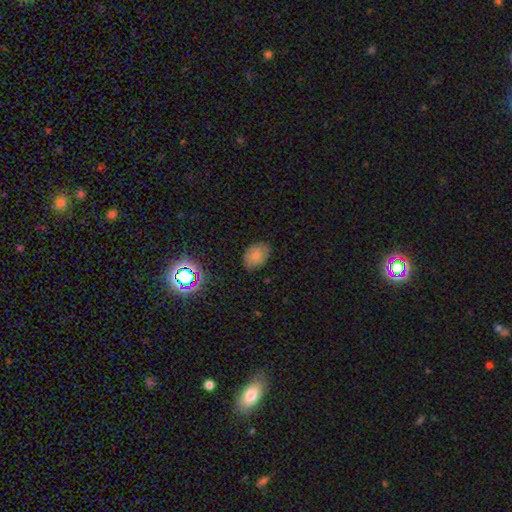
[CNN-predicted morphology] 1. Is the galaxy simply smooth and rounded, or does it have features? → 75% smooth, 13% featured or disk, 12% star or artifact.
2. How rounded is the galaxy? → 77% in between, 22% round, 1% cigar-shaped.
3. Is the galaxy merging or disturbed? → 79% none, 17% minor disturbance, 4% major disturbance, 1% merger.